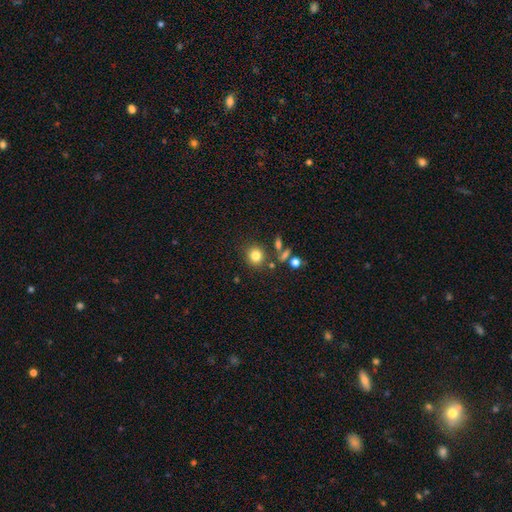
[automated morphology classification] A smooth galaxy with no disk features (80%) that is round (85%).

Vote fractions:
- Smooth or featured? smooth: 80% / star or artifact: 13% / featured or disk: 7%
- How rounded? round: 85% / in between: 14% / cigar-shaped: 1%
- Merging? none: 79% / minor disturbance: 10% / merger: 8% / major disturbance: 4%